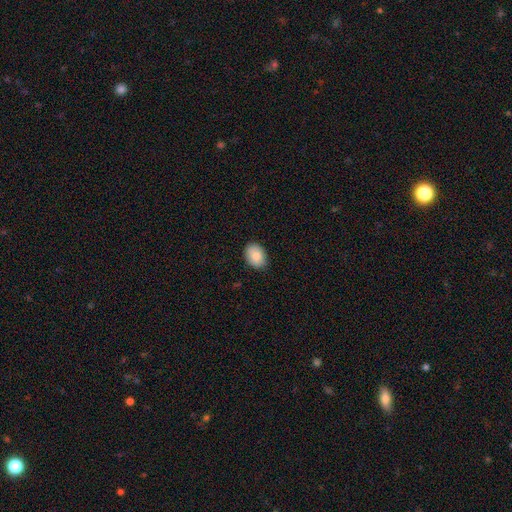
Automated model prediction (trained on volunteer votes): smooth_or_featured: smooth (p=0.87) [alt: star or artifact p=0.07]
how_rounded: in between (p=0.78) [alt: round p=0.22]
merging: none (p=0.86) [alt: minor disturbance p=0.11]